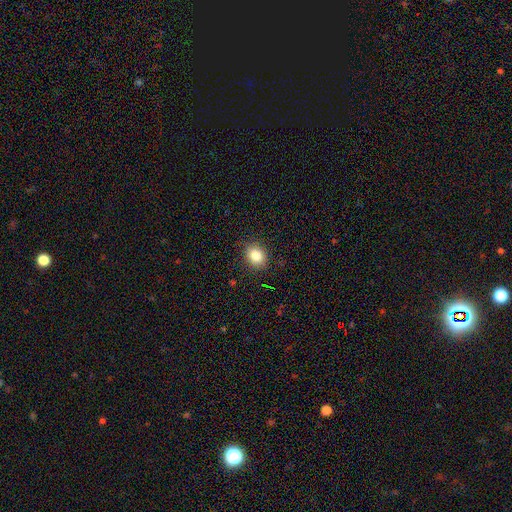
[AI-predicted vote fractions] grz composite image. It shows a smooth galaxy with no disk features (84%) that is round (62%). Merging: none (88%).